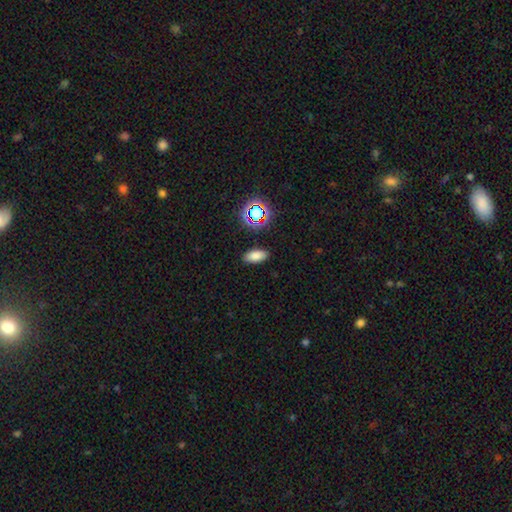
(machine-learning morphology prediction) The model was most divided on "smooth or featured": smooth: 78%, star or artifact: 15%, featured or disk: 7%. More confident: merging — none (88%); how rounded — in between (87%).